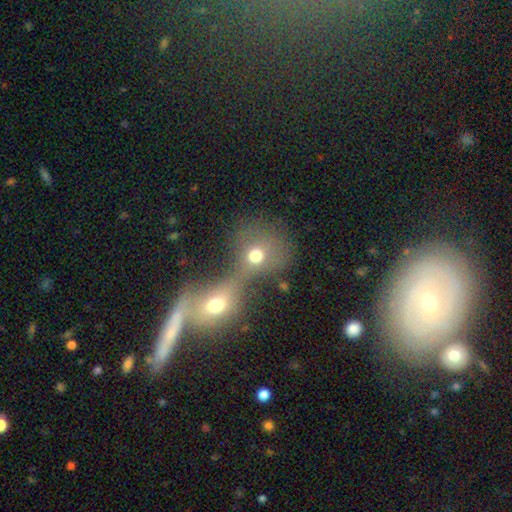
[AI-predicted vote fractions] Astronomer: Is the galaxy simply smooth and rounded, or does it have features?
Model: smooth — 66%.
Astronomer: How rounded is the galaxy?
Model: round — 69%.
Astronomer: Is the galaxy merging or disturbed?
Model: merger — 75%.